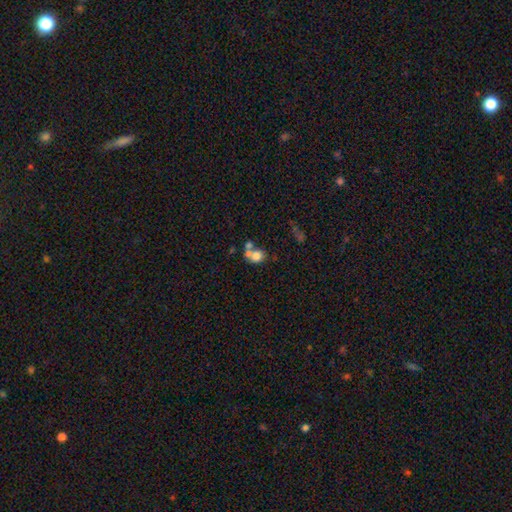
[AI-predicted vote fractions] Q: Smooth or featured?
A: smooth (71%); runner-up: featured or disk (18%)
Q: How rounded?
A: round (64%); runner-up: in between (35%)
Q: Merging?
A: merger (52%); runner-up: none (33%)